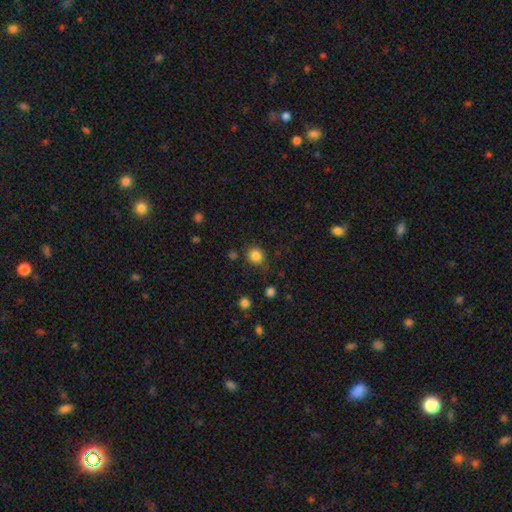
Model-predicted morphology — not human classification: Smooth or featured? smooth (84%)
How rounded? round (87%)
Merging? none (82%)